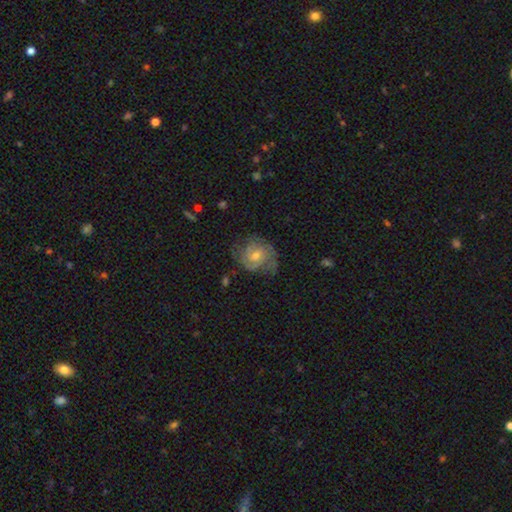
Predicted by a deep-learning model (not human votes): This appears to be a featured or disk galaxy (73%) with no bar (58%), tight (57%) spiral arms (89%) and a moderate central bulge (51%). Merging: none (59%).